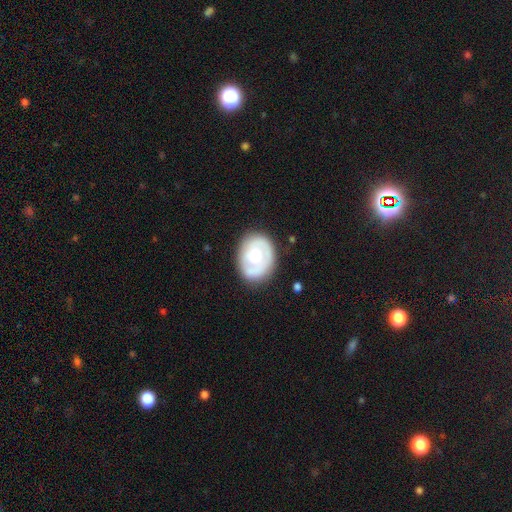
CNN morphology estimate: Smooth or featured: featured or disk — 61% (smooth — 34%)
Edge-on disk: no — 97% (yes — 3%)
Bar: no — 74% (weak — 22%)
Spiral arms: yes — 72% (no — 28%)
Bulge size: moderate — 56% (small — 30%)
Merging: none — 75% (minor disturbance — 17%)